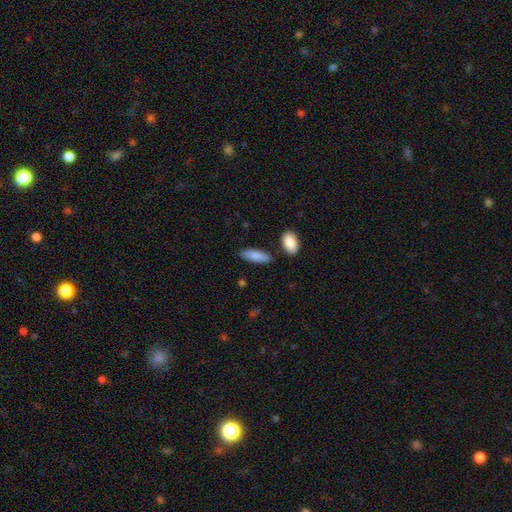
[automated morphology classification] Smooth or featured? Predicted: smooth (p=0.85). How rounded? Predicted: in between (p=0.65). Merging? Predicted: none (p=0.82).